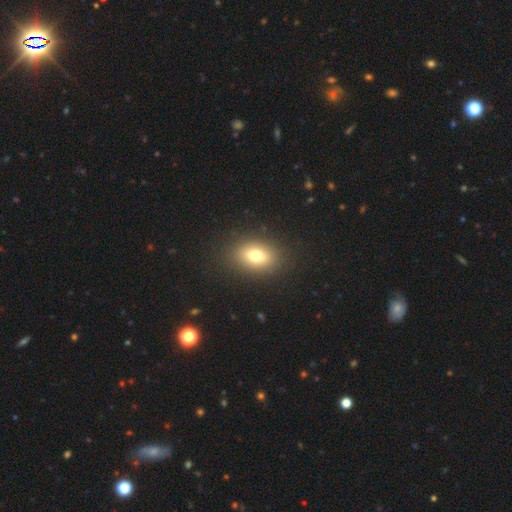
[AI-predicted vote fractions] smooth-or-featured: smooth: 75% | featured or disk: 13% | star or artifact: 12%
  how-rounded: in between: 73% | round: 26% | cigar-shaped: 2%
  merging: none: 88% | minor disturbance: 8% | major disturbance: 3% | merger: 1%